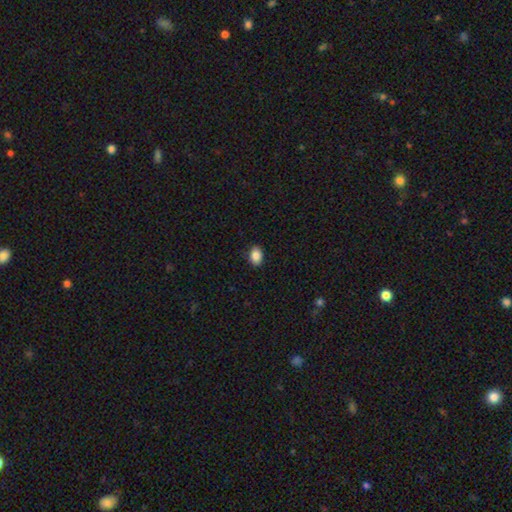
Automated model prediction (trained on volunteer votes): Smooth or featured? smooth (87%)
How rounded? in between (79%)
Merging? none (89%)